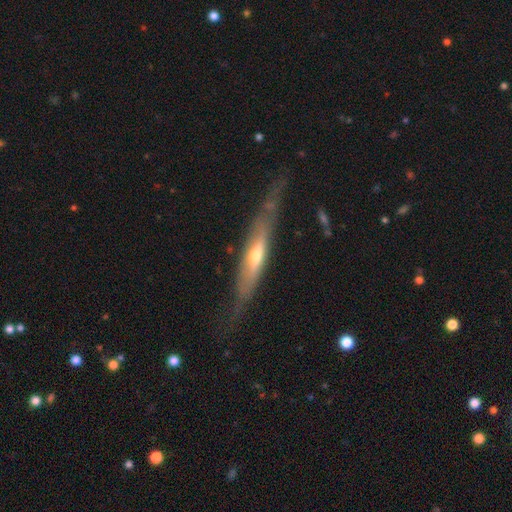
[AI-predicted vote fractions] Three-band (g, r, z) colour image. It shows a featured or disk galaxy (68%) viewed edge-on (82%) with a rounded central bulge (70%). Merging: none (69%).